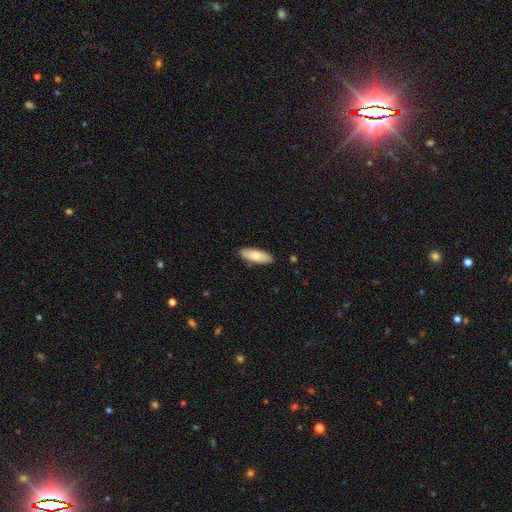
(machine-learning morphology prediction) Smooth or featured: smooth — 79% (featured or disk — 16%)
How rounded: in between — 70% (cigar-shaped — 28%)
Merging: none — 87% (minor disturbance — 10%)